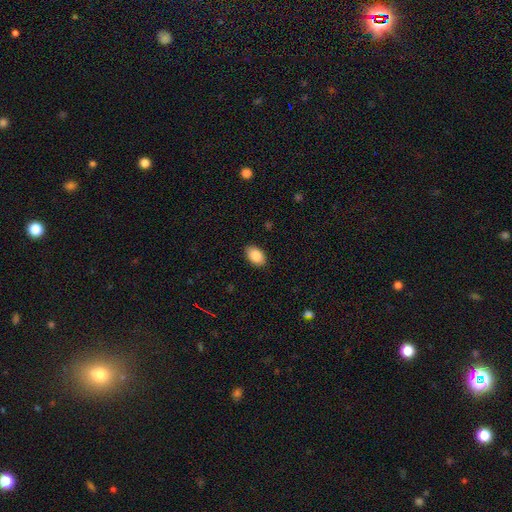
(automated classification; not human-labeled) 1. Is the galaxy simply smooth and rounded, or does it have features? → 89% smooth, 7% star or artifact, 4% featured or disk.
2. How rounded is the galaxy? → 90% in between, 9% round, 1% cigar-shaped.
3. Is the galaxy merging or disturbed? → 88% none, 9% minor disturbance, 2% major disturbance, 1% merger.